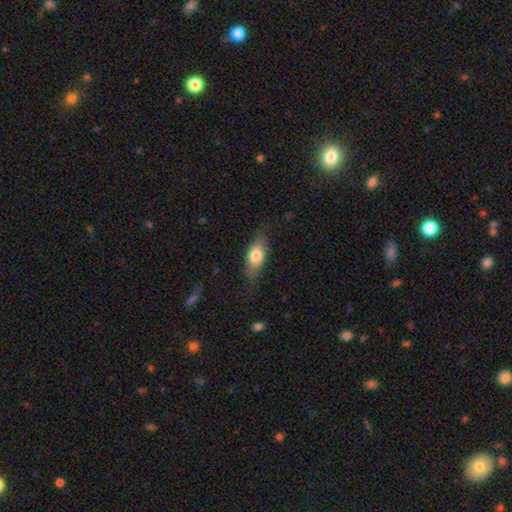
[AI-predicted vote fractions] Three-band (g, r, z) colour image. It shows a smooth galaxy with no disk features (72%) that is in between round and cigar-shaped (78%). Merging: none (76%).